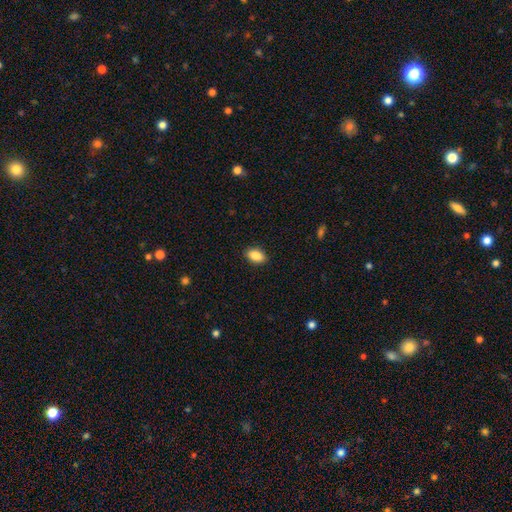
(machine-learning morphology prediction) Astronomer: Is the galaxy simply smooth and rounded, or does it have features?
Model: smooth — 89%.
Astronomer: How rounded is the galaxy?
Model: in between — 91%.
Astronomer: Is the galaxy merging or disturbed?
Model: none — 90%.